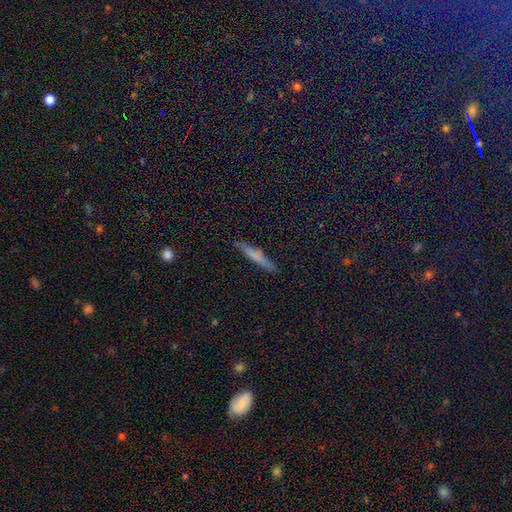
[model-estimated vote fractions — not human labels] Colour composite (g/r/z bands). It shows a smooth galaxy with no disk features (61%) that is cigar-shaped (91%). Merging: none (86%).